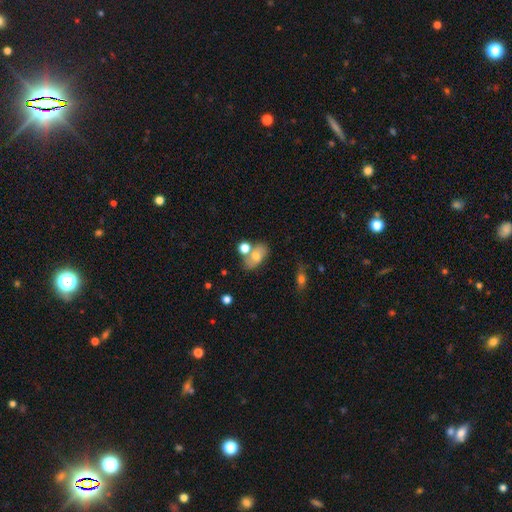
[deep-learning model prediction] Smooth or featured? Predicted: smooth (p=0.65). How rounded? Predicted: in between (p=0.80). Merging? Predicted: none (p=0.51).